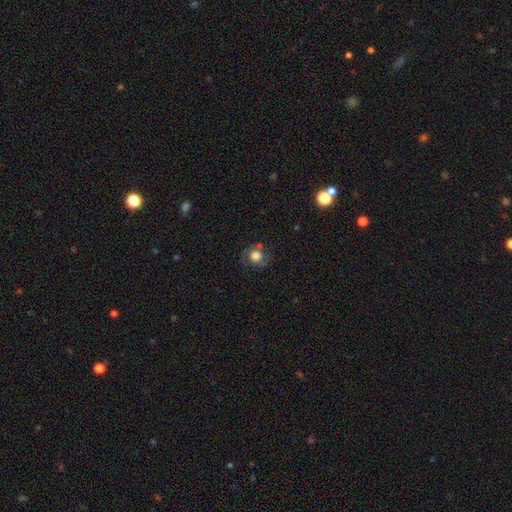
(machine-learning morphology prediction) Q: Smooth or featured?
A: smooth (63%); runner-up: featured or disk (26%)
Q: How rounded?
A: round (81%); runner-up: in between (18%)
Q: Merging?
A: none (64%); runner-up: minor disturbance (20%)